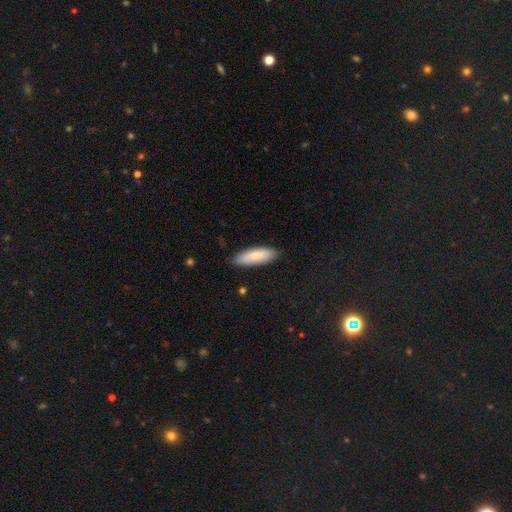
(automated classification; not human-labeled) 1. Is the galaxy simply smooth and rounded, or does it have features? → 81% smooth, 13% featured or disk, 5% star or artifact.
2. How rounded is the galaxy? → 60% in between, 38% cigar-shaped, 1% round.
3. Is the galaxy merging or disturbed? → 85% none, 12% minor disturbance, 2% major disturbance, 1% merger.